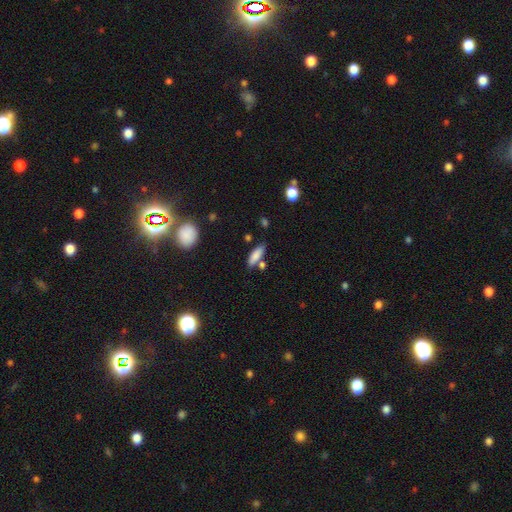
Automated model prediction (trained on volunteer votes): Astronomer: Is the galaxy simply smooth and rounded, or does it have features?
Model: smooth — 81%.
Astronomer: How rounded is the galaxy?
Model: in between — 50% (runner-up: cigar-shaped, 47%).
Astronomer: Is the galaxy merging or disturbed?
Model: none — 69%.